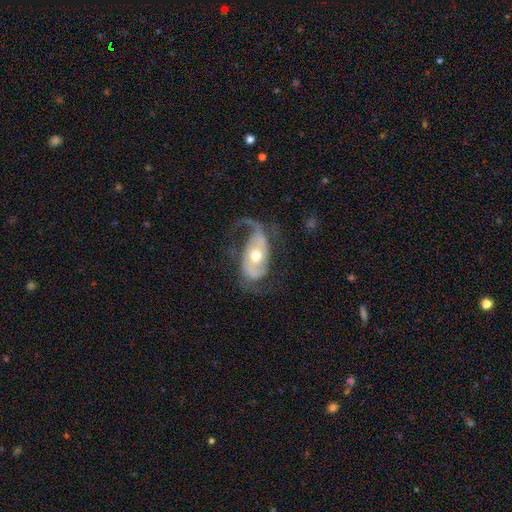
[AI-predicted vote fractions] Smooth or featured? Predicted: featured or disk (p=0.81). Edge-on disk? Predicted: no (p=0.94). Bar? Predicted: no (p=0.63). Spiral arms? Predicted: yes (p=0.87). Spiral winding? Predicted: loose (p=0.51). Spiral arm count? Predicted: 2 (p=0.70). Bulge size? Predicted: moderate (p=0.76). Merging? Predicted: none (p=0.47).